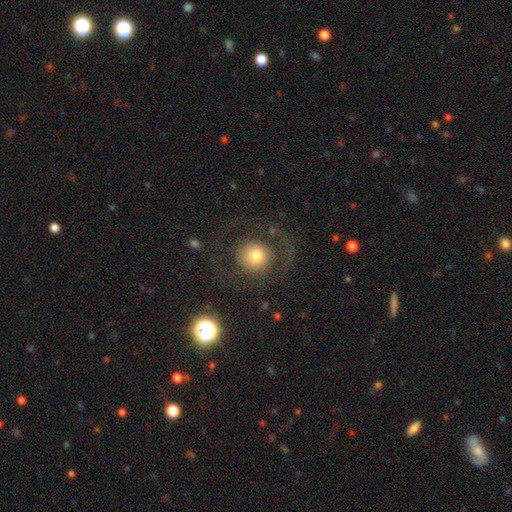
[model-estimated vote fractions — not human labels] Overall: smooth (58%; featured or disk 32%). How rounded: round (91%). Merging: none (62%; major disturbance 24%).